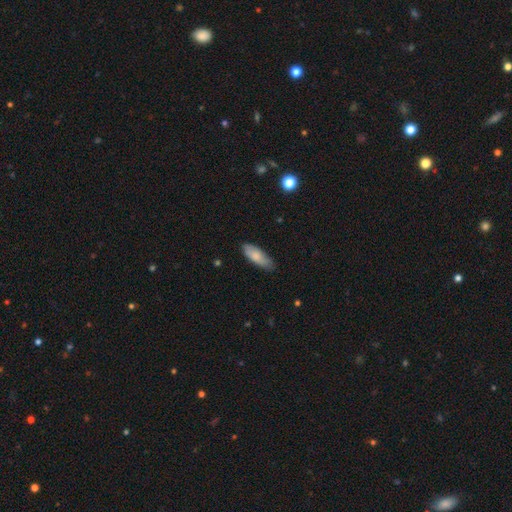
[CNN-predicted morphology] Q: Smooth or featured?
A: smooth (81%); runner-up: featured or disk (14%)
Q: How rounded?
A: in between (67%); runner-up: cigar-shaped (31%)
Q: Merging?
A: none (77%); runner-up: minor disturbance (19%)